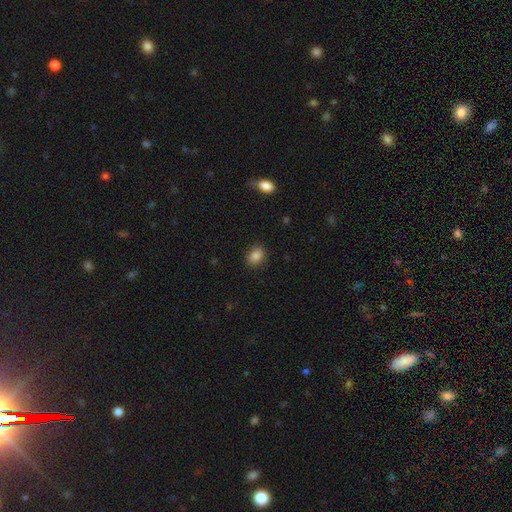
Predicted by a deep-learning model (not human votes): Smooth or featured?
  - smooth: 86% *
  - star or artifact: 9%
  - featured or disk: 5%
How rounded?
  - in between: 57% *
  - round: 42%
  - cigar-shaped: 1%
Merging?
  - none: 87% *
  - minor disturbance: 9%
  - major disturbance: 3%
  - merger: 1%